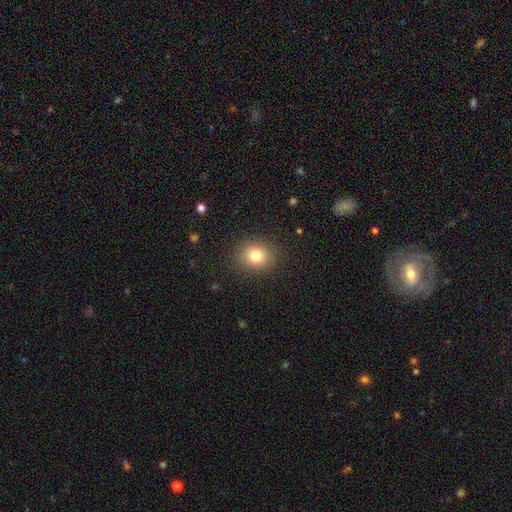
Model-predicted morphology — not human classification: Smooth or featured?
  - smooth: 80% *
  - star or artifact: 12%
  - featured or disk: 8%
How rounded?
  - round: 68% *
  - in between: 31%
  - cigar-shaped: 1%
Merging?
  - none: 88% *
  - minor disturbance: 8%
  - major disturbance: 3%
  - merger: 1%